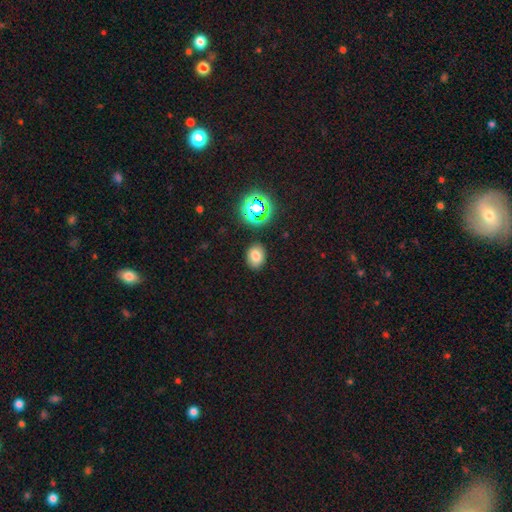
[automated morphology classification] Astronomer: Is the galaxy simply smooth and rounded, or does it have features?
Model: smooth — 77%.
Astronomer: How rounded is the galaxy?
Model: in between — 59% (runner-up: round, 40%).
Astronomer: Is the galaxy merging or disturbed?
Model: none — 85%.